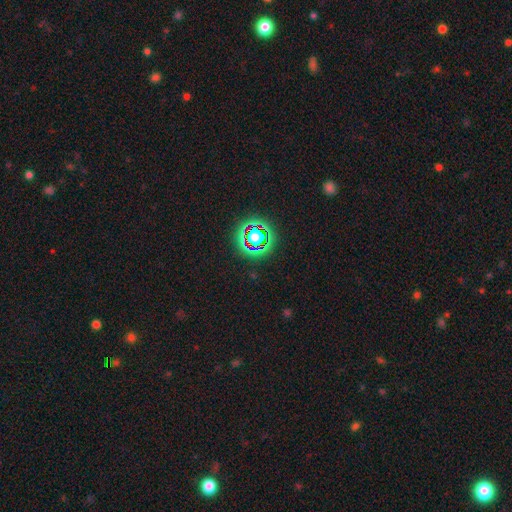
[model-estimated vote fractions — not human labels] Smooth or featured: star or artifact — 78% (smooth — 14%)